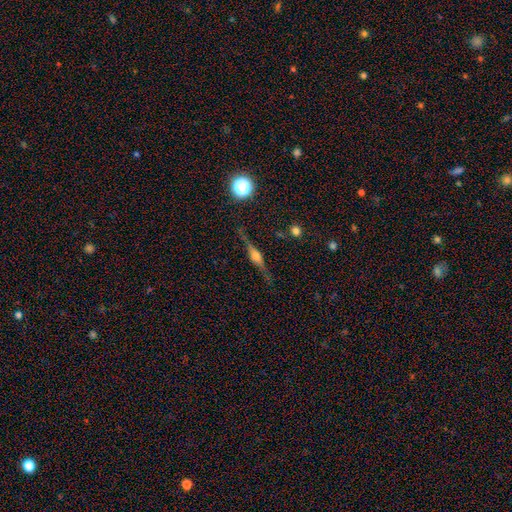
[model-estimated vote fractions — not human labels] Smooth or featured?
  - featured or disk: 75% *
  - smooth: 17%
  - star or artifact: 8%
Edge-on disk?
  - yes: 97% *
  - no: 3%
Edge-on bulge?
  - rounded: 85% *
  - boxy: 12%
  - none: 3%
Merging?
  - none: 84% *
  - minor disturbance: 12%
  - major disturbance: 3%
  - merger: 2%